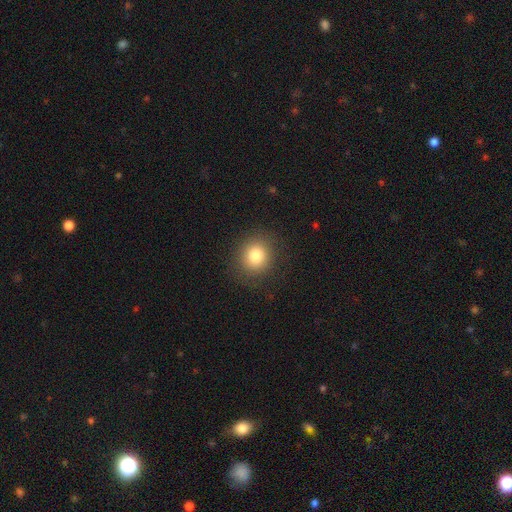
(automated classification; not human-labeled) A smooth galaxy with no disk features (81%) that is round (83%). Merging: none (87%).